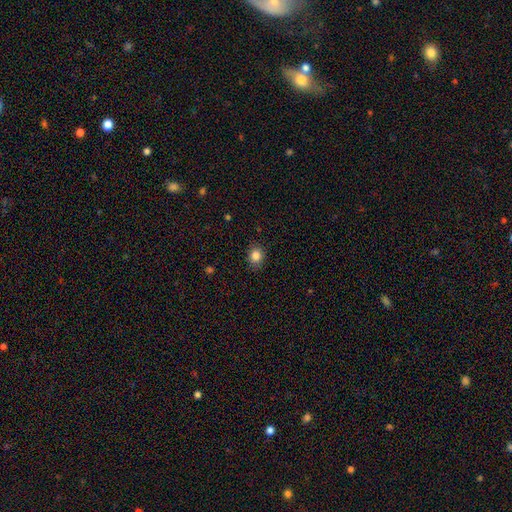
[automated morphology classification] The model was most divided on "how rounded": round: 62%, in between: 37%, cigar-shaped: 1%. More confident: merging — none (87%); smooth or featured — smooth (84%).